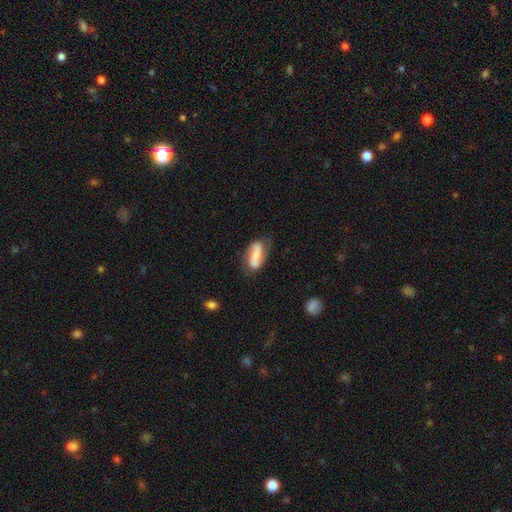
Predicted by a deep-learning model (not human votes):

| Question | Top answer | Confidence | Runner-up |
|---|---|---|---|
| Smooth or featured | featured or disk | 61% | smooth (32%) |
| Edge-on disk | no | 93% | yes (7%) |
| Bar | no | 36% | weak (33%) |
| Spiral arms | yes | 89% | no (11%) |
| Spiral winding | loose | 51% | medium (34%) |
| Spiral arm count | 2 | 88% | can't tell (6%) |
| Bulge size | small | 43% | moderate (32%) |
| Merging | none | 65% | minor disturbance (23%) |